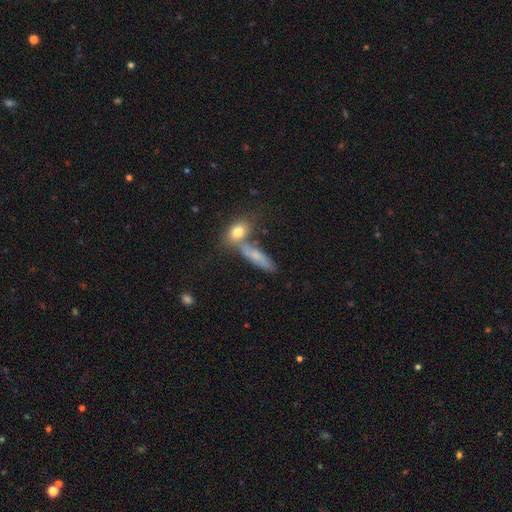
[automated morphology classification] A smooth galaxy with no disk features (66%) that is cigar-shaped (50%).

Vote fractions:
- Smooth or featured? smooth: 66% / featured or disk: 25% / star or artifact: 9%
- How rounded? cigar-shaped: 50% / in between: 42% / round: 8%
- Merging? none: 50% / merger: 31% / minor disturbance: 13% / major disturbance: 5%